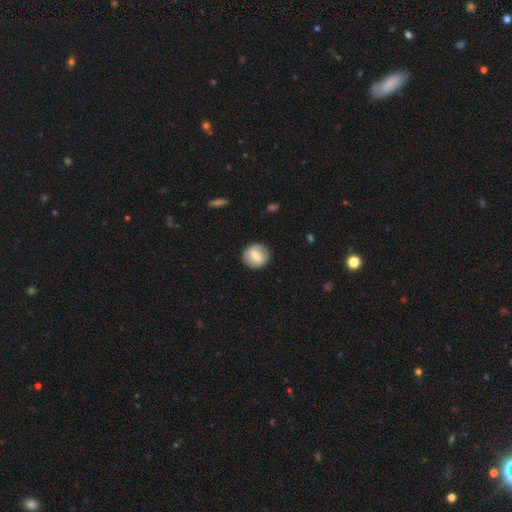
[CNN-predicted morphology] smooth_or_featured: smooth (p=0.66) [alt: featured or disk p=0.26]
how_rounded: round (p=0.91) [alt: in between p=0.08]
merging: none (p=0.90) [alt: minor disturbance p=0.07]